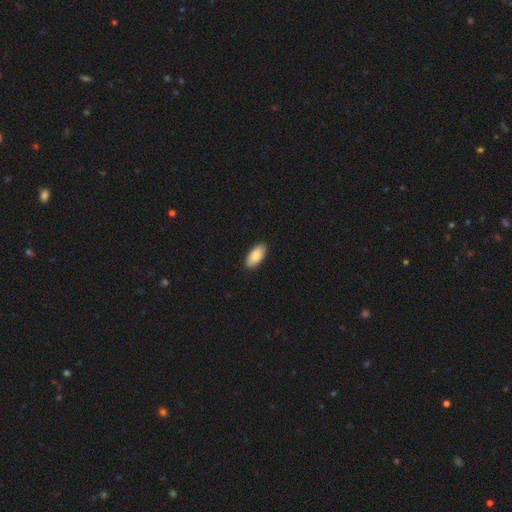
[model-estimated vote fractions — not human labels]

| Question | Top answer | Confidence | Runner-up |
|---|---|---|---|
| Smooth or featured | smooth | 87% | featured or disk (7%) |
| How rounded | in between | 93% | cigar-shaped (5%) |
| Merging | none | 89% | minor disturbance (8%) |